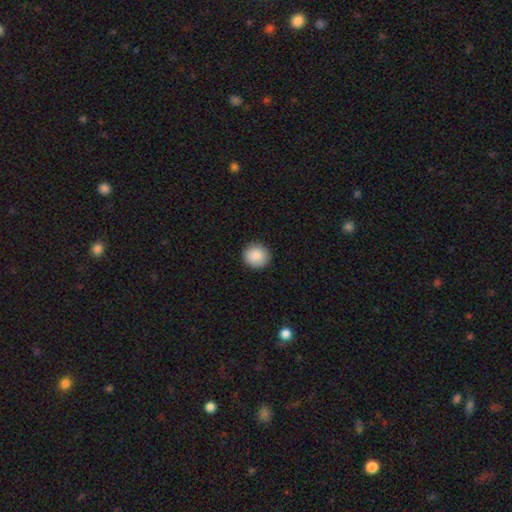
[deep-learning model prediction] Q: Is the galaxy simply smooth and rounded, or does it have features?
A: smooth — 89%.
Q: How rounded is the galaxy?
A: round — 92%.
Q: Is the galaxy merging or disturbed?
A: none — 91%.